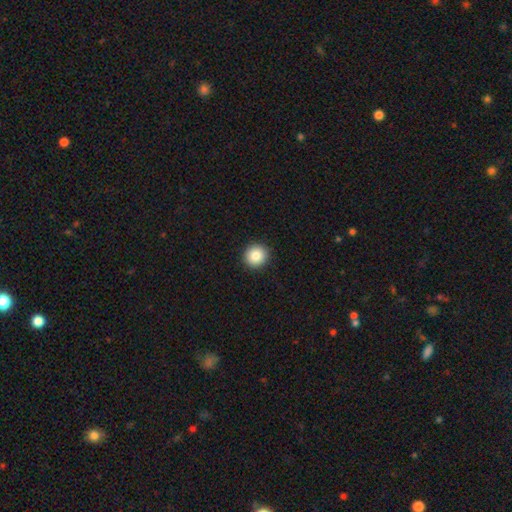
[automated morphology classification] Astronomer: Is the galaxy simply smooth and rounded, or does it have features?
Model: smooth — 85%.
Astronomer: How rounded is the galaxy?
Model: round — 94%.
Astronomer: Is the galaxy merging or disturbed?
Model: none — 93%.